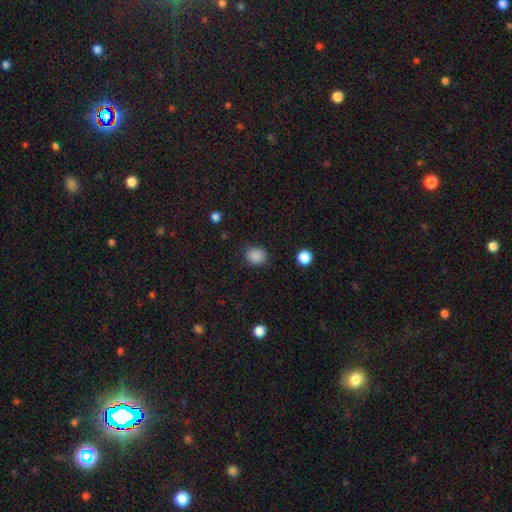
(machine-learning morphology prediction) Overall: smooth (86%). How rounded: round (79%). Merging: none (84%).